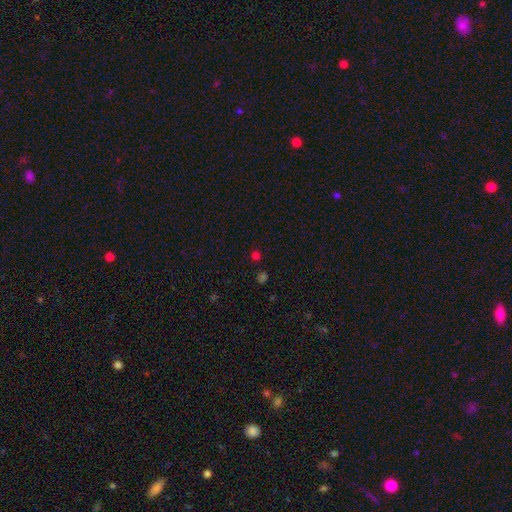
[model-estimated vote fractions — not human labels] A smooth galaxy with no disk features (59%) that is round (85%).

Vote fractions:
- Smooth or featured? smooth: 59% / star or artifact: 36% / featured or disk: 5%
- How rounded? round: 85% / in between: 14% / cigar-shaped: 1%
- Merging? none: 80% / minor disturbance: 9% / merger: 7% / major disturbance: 4%